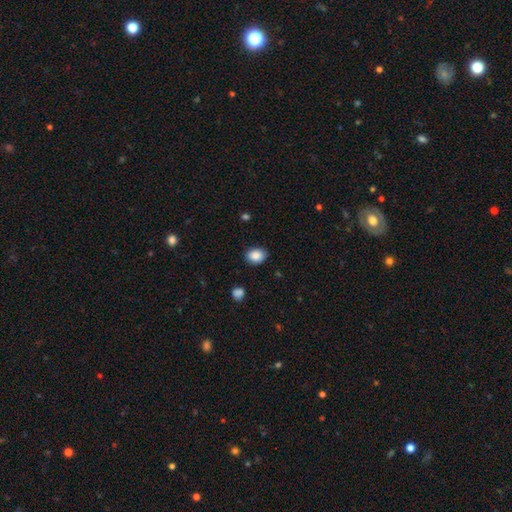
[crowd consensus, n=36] smooth 94%, featured or disk 3%, star or artifact 3%. Down the decision tree: how rounded — in between (68%); merging — none (83%).